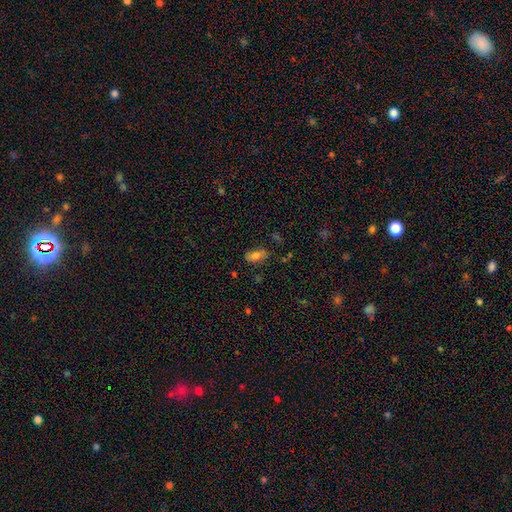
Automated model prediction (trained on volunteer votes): smooth_or_featured: smooth (p=0.75) [alt: featured or disk p=0.14]
how_rounded: in between (p=0.88) [alt: cigar-shaped p=0.07]
merging: none (p=0.68) [alt: minor disturbance p=0.22]